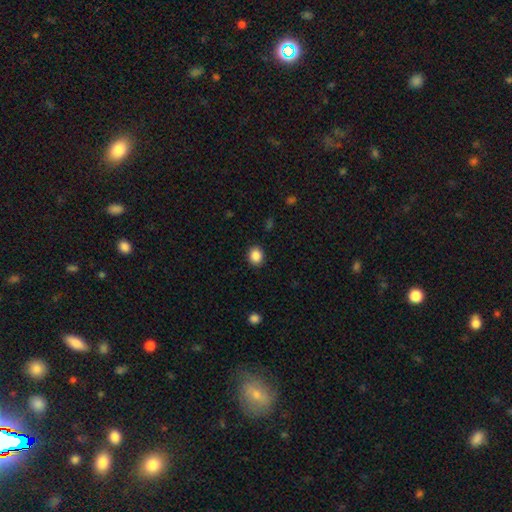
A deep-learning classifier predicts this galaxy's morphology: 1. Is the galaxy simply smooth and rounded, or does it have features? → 87% smooth, 9% star or artifact, 3% featured or disk.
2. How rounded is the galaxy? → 68% round, 31% in between, 1% cigar-shaped.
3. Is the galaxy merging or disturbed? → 89% none, 7% minor disturbance, 2% major disturbance, 1% merger.